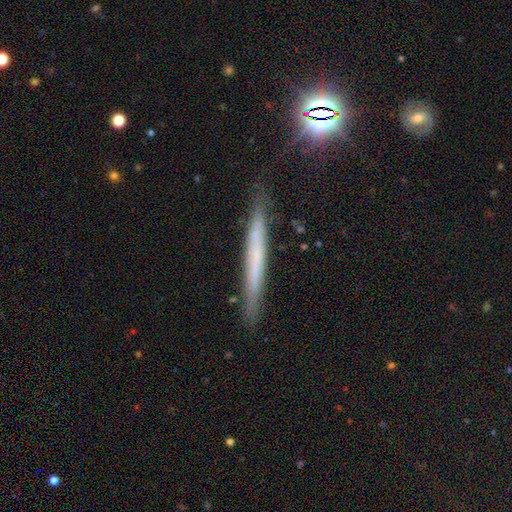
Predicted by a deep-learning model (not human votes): Q: Smooth or featured?
A: featured or disk (46%); runner-up: smooth (43%)
Q: Merging?
A: none (87%); runner-up: minor disturbance (10%)